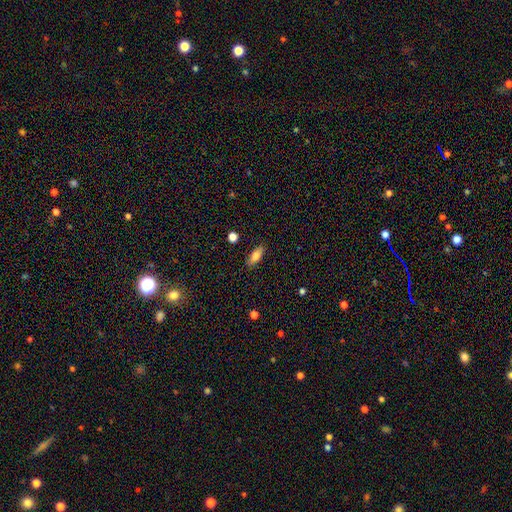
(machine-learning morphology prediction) type=smooth (78%); roundness=in between (79%); merging=none (86%).